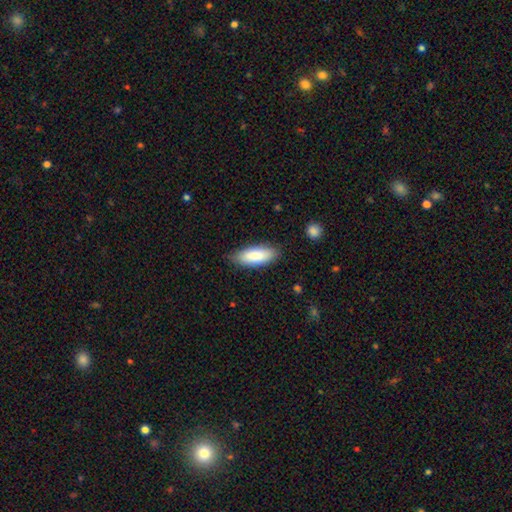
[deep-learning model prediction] A smooth galaxy with no disk features (85%) that is in between round and cigar-shaped (77%).

Vote fractions:
- Smooth or featured? smooth: 85% / featured or disk: 10% / star or artifact: 6%
- How rounded? in between: 77% / cigar-shaped: 21% / round: 2%
- Merging? none: 82% / minor disturbance: 14% / major disturbance: 3% / merger: 1%